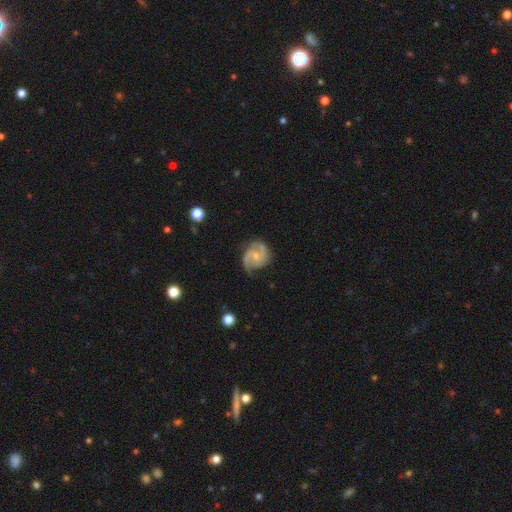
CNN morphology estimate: Smooth or featured: featured or disk — 85% (smooth — 9%)
Edge-on disk: no — 98% (yes — 2%)
Bar: no — 56% (weak — 38%)
Spiral arms: yes — 97% (no — 3%)
Spiral winding: medium — 54% (tight — 26%)
Spiral arm count: 2 — 81% (3 — 9%)
Bulge size: small — 58% (moderate — 26%)
Merging: none — 71% (minor disturbance — 20%)